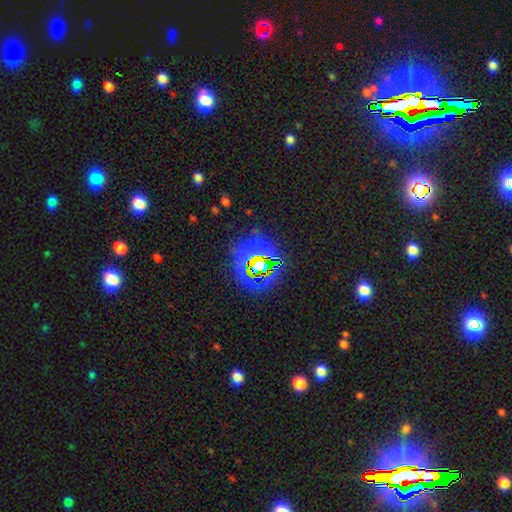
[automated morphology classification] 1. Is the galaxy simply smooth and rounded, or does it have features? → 75% star or artifact, 16% smooth, 9% featured or disk.